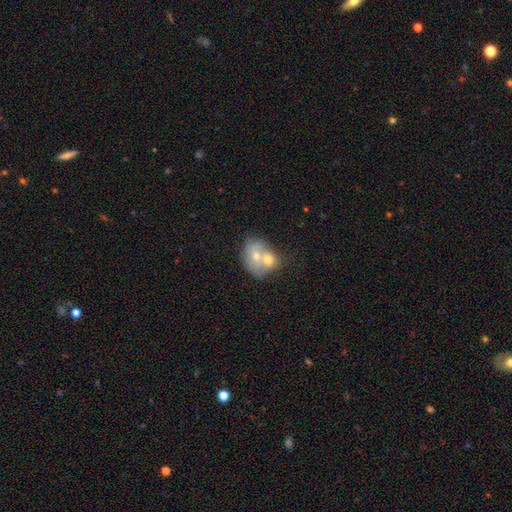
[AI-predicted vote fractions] This is possibly a smooth galaxy (59%). How rounded: possibly in between (50%). Merging: likely merger (71%).